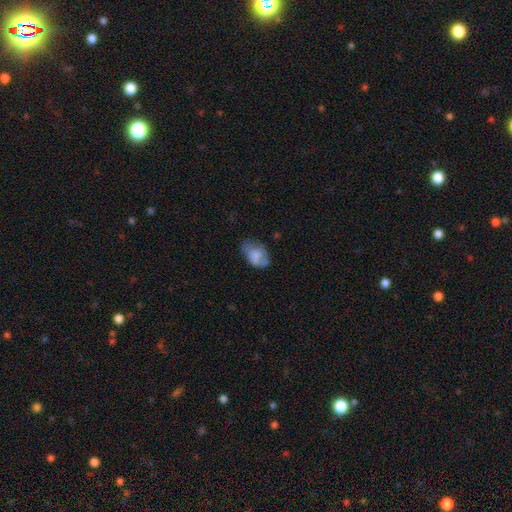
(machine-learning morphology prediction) Q: Smooth or featured?
A: smooth (69%); runner-up: featured or disk (23%)
Q: How rounded?
A: in between (86%); runner-up: round (12%)
Q: Merging?
A: none (47%); runner-up: minor disturbance (33%)